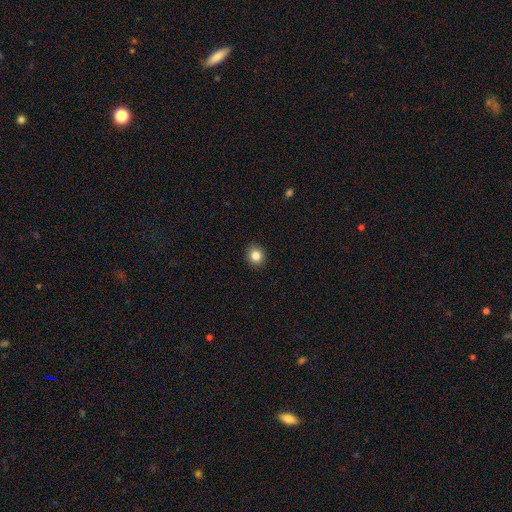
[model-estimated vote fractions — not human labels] Smooth or featured? smooth (84%)
How rounded? round (79%)
Merging? none (91%)